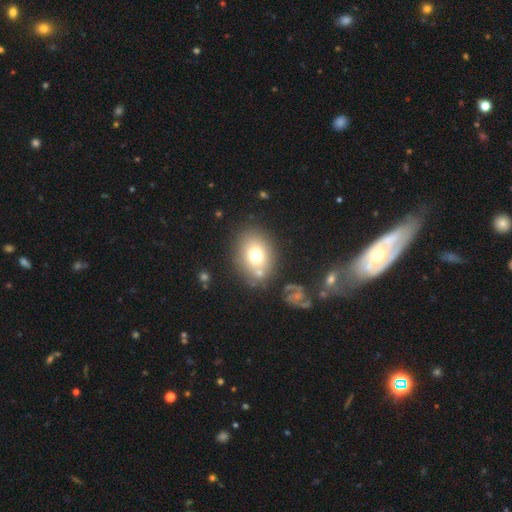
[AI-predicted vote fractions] smooth-or-featured: smooth: 71% | featured or disk: 17% | star or artifact: 12%
  how-rounded: in between: 56% | round: 43% | cigar-shaped: 1%
  merging: none: 73% | minor disturbance: 13% | merger: 10% | major disturbance: 5%